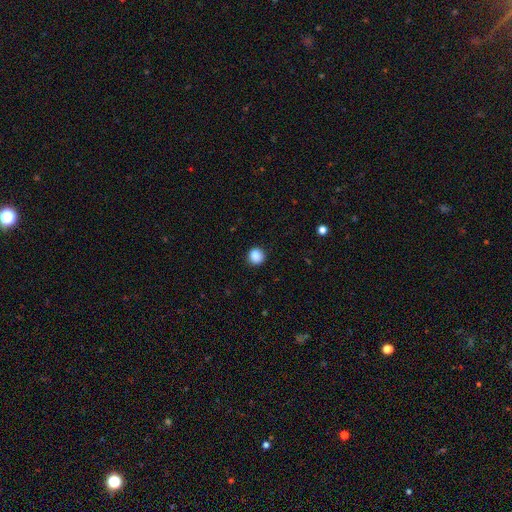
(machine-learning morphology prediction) smooth-or-featured: smooth: 88% | star or artifact: 9% | featured or disk: 3%
  how-rounded: round: 93% | in between: 6% | cigar-shaped: 1%
  merging: none: 91% | minor disturbance: 6% | major disturbance: 2% | merger: 1%